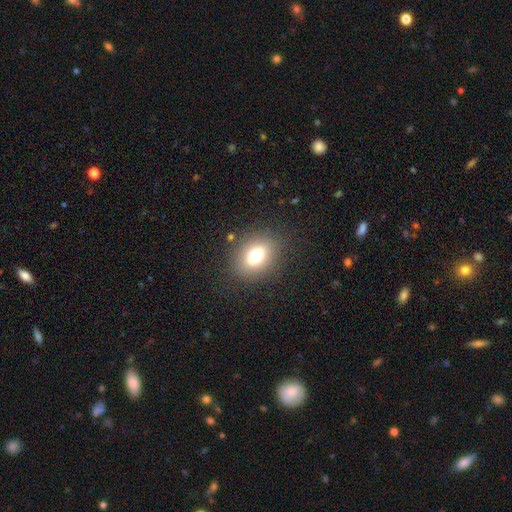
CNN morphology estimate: A smooth galaxy with no disk features (72%) that is in between round and cigar-shaped (62%).

Vote fractions:
- Smooth or featured? smooth: 72% / featured or disk: 14% / star or artifact: 14%
- How rounded? in between: 62% / round: 37% / cigar-shaped: 2%
- Merging? none: 84% / minor disturbance: 10% / major disturbance: 5% / merger: 2%